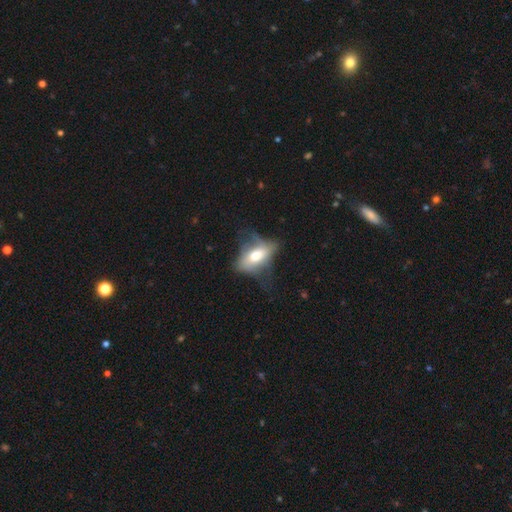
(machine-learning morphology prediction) smooth-or-featured: smooth: 56% | featured or disk: 36% | star or artifact: 8%
  how-rounded: in between: 84% | cigar-shaped: 10% | round: 7%
  merging: none: 36% | major disturbance: 31% | minor disturbance: 29% | merger: 3%